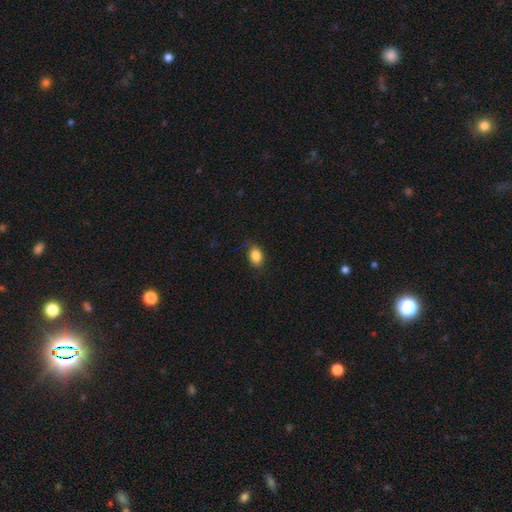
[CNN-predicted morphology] A smooth galaxy with no disk features (85%) that is in between round and cigar-shaped (84%).

Vote fractions:
- Smooth or featured? smooth: 85% / star or artifact: 9% / featured or disk: 6%
- How rounded? in between: 84% / round: 14% / cigar-shaped: 2%
- Merging? none: 79% / minor disturbance: 17% / major disturbance: 4% / merger: 1%